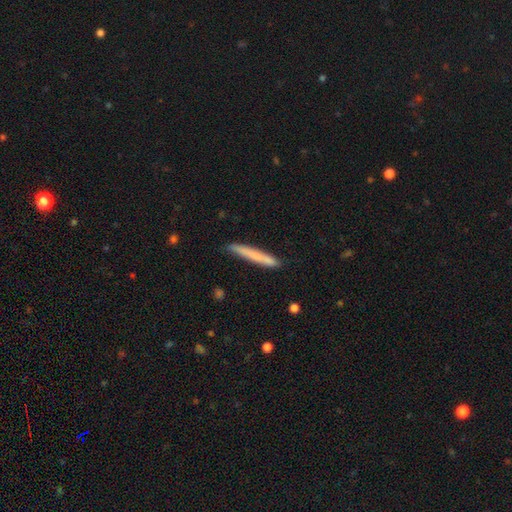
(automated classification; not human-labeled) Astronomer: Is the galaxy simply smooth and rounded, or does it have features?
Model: smooth — 70%.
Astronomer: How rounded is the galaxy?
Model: cigar-shaped — 96%.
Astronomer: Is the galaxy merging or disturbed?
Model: none — 86%.